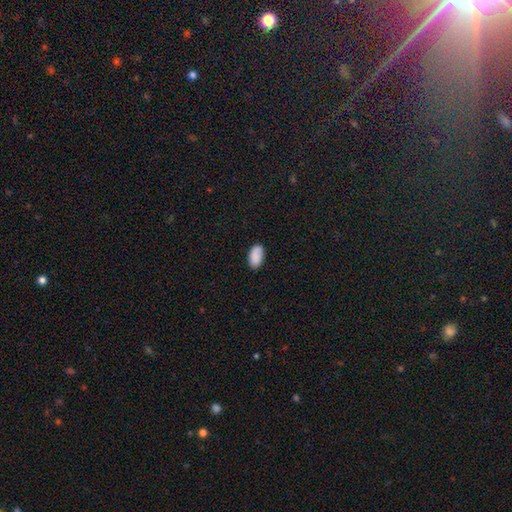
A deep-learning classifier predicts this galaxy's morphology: smooth 86%, star or artifact 7%, featured or disk 6%. Down the decision tree: how rounded — in between (94%); merging — none (81%).